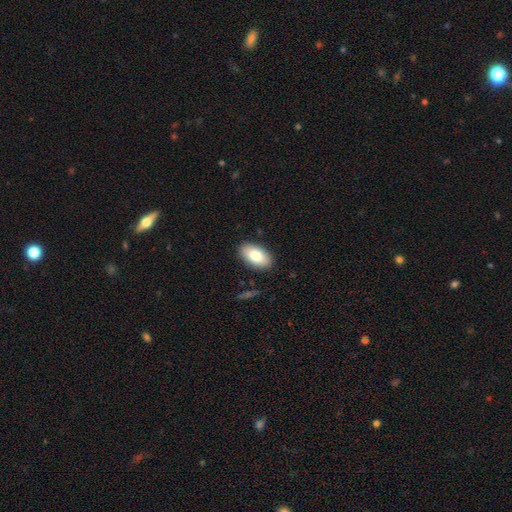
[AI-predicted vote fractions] Smooth or featured? Predicted: smooth (p=0.82). How rounded? Predicted: in between (p=0.94). Merging? Predicted: none (p=0.88).